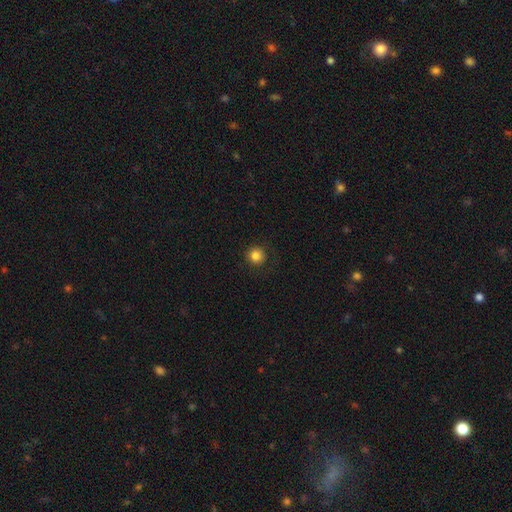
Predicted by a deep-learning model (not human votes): Smooth or featured? smooth (84%)
How rounded? round (95%)
Merging? none (89%)